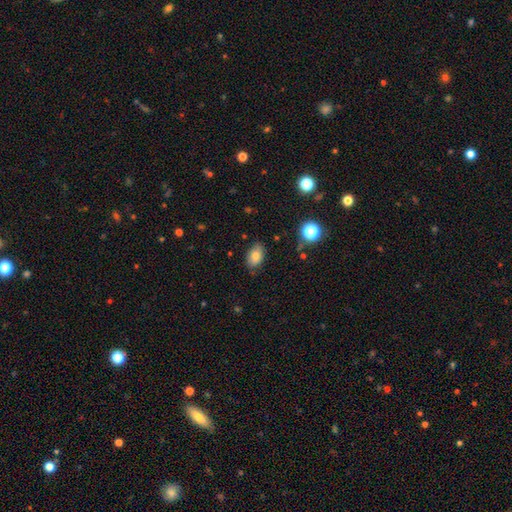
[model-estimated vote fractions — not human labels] smooth_or_featured: smooth (p=0.77) [alt: featured or disk p=0.12]
how_rounded: in between (p=0.88) [alt: round p=0.10]
merging: none (p=0.79) [alt: minor disturbance p=0.16]